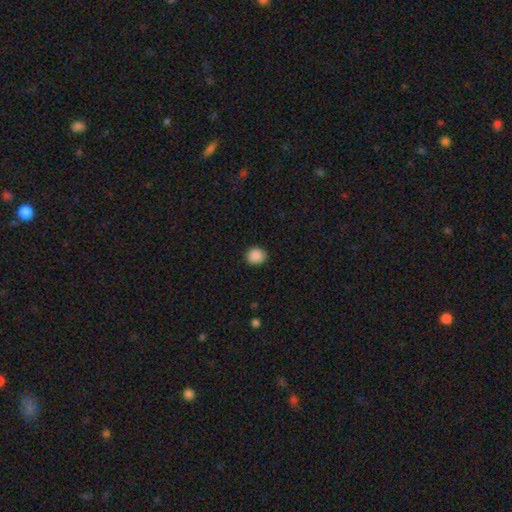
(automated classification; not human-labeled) smooth_or_featured: smooth (p=0.89) [alt: star or artifact p=0.09]
how_rounded: round (p=0.83) [alt: in between p=0.16]
merging: none (p=0.91) [alt: minor disturbance p=0.06]